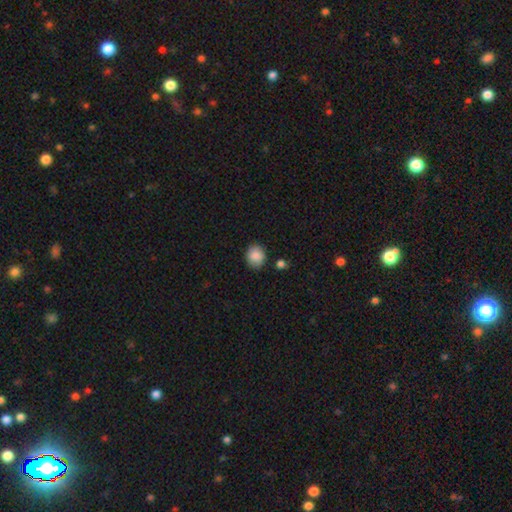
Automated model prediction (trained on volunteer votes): Smooth or featured: smooth — 88% (star or artifact — 8%)
How rounded: round — 67% (in between — 32%)
Merging: none — 85% (minor disturbance — 10%)